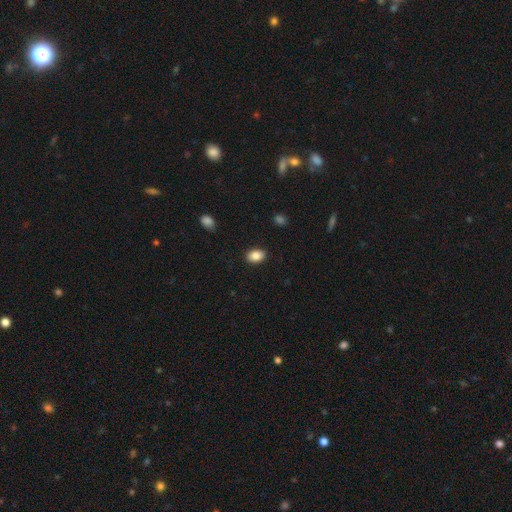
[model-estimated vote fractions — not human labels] Morphology: type=smooth (86%); roundness=in between (84%); merging=none (88%).